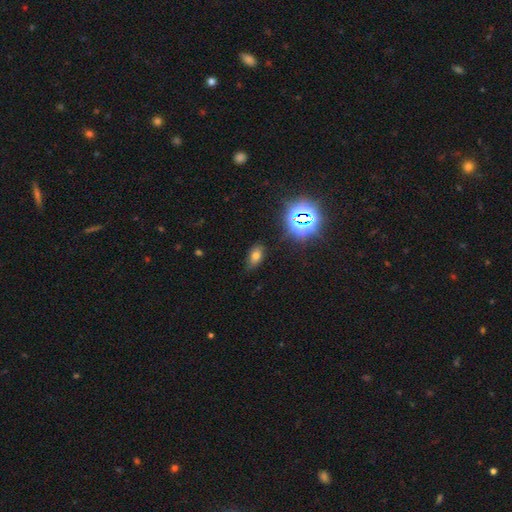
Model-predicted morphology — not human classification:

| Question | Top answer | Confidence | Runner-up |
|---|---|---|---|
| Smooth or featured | smooth | 65% | star or artifact (24%) |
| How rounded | in between | 87% | round (9%) |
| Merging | none | 77% | minor disturbance (17%) |